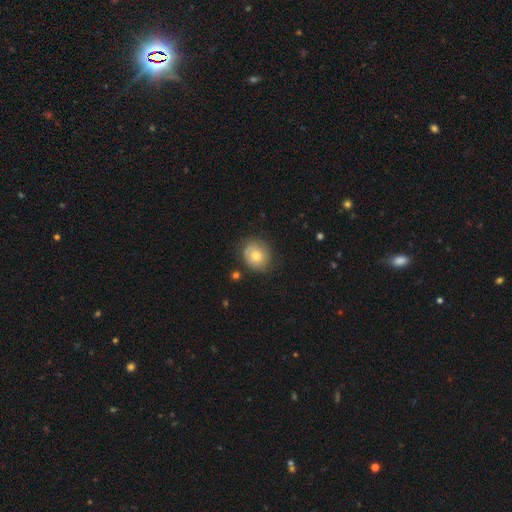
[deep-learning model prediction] This appears to be a smooth galaxy with no disk features (67%) that is round (77%). Merging: none (72%).